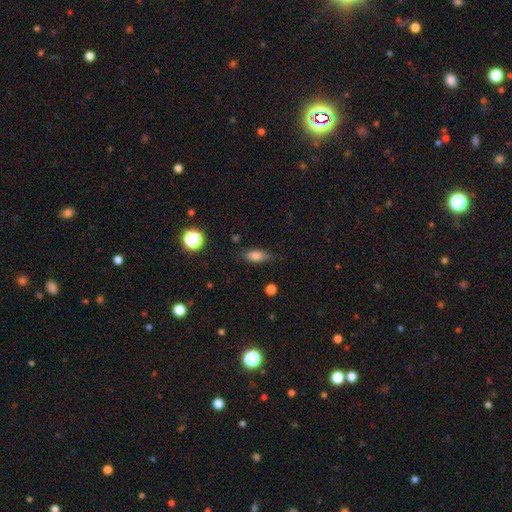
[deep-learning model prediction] Smooth or featured?
  - smooth: 79% *
  - featured or disk: 11%
  - star or artifact: 10%
How rounded?
  - in between: 76% *
  - cigar-shaped: 18%
  - round: 5%
Merging?
  - none: 78% *
  - minor disturbance: 16%
  - major disturbance: 4%
  - merger: 2%